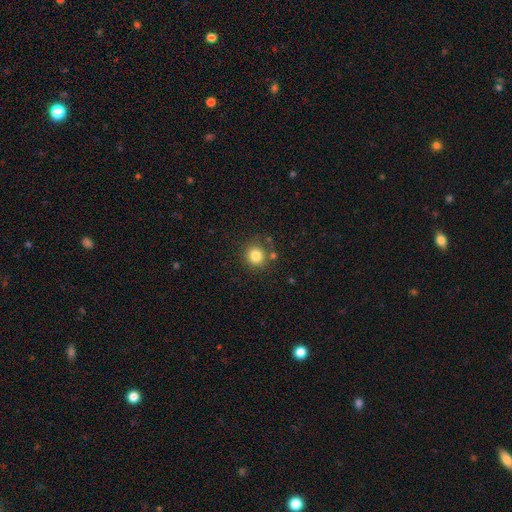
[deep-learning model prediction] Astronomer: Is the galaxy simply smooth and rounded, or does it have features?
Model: smooth — 82%.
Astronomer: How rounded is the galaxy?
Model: round — 90%.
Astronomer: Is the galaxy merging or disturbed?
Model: none — 81%.